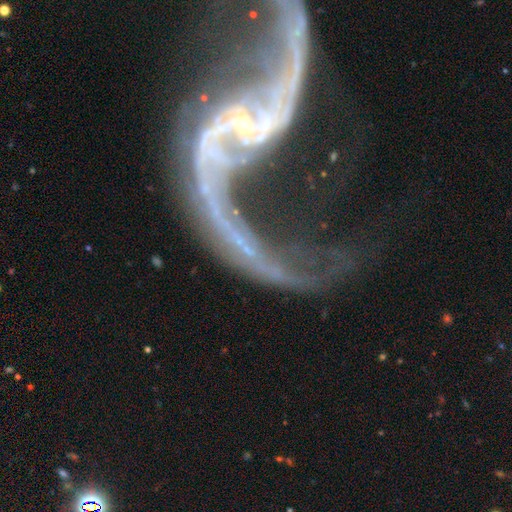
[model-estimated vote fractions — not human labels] A featured or disk galaxy (86%) with no bar (44%), 2 (80%) loose (86%) spiral arms (88%) and a small central bulge (79%). Merging: major disturbance (39%).